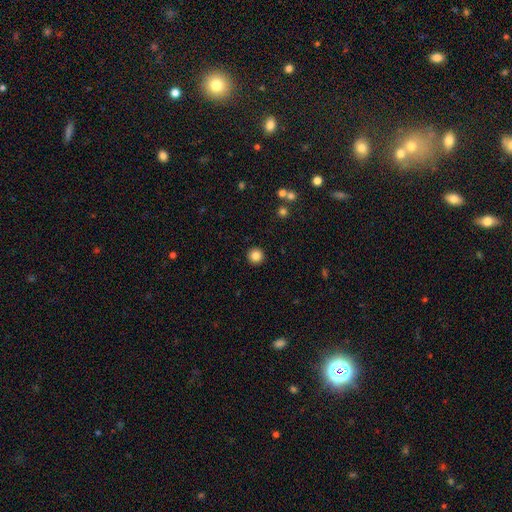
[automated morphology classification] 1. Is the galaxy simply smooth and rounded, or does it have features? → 84% smooth, 11% star or artifact, 5% featured or disk.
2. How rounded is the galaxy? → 96% round, 3% in between, 1% cigar-shaped.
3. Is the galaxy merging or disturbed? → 93% none, 4% minor disturbance, 2% major disturbance, 1% merger.